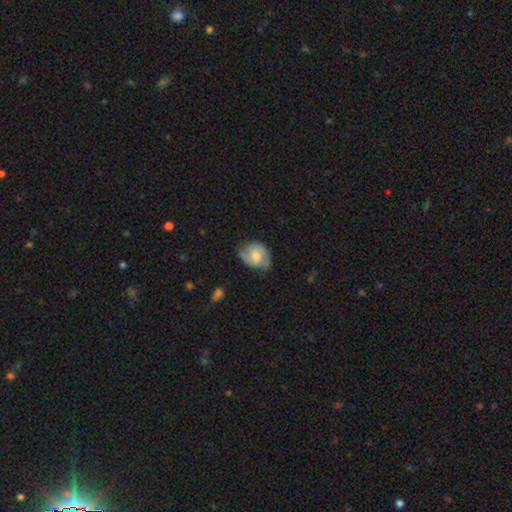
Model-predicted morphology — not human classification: This appears to be a smooth galaxy with no disk features (47%). Merging: none (57%).